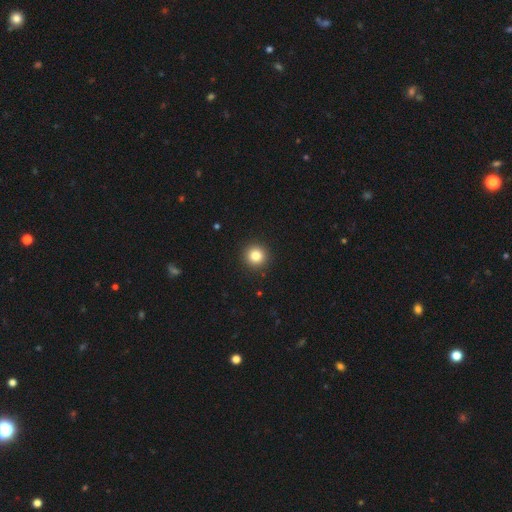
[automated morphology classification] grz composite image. It shows a smooth galaxy with no disk features (83%) that is round (95%). Merging: none (93%).